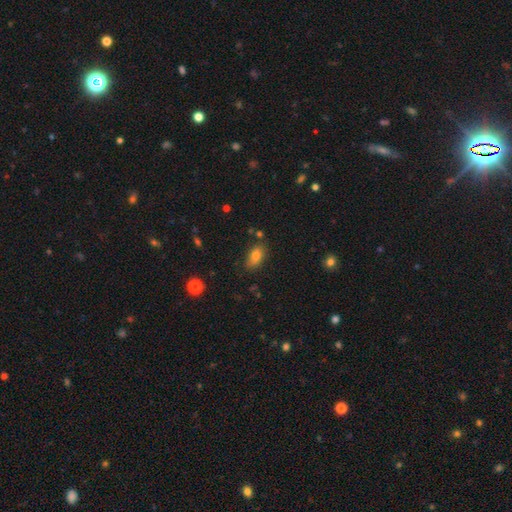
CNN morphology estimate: Smooth or featured: smooth — 80% (star or artifact — 11%)
How rounded: in between — 87% (round — 8%)
Merging: none — 76% (minor disturbance — 16%)